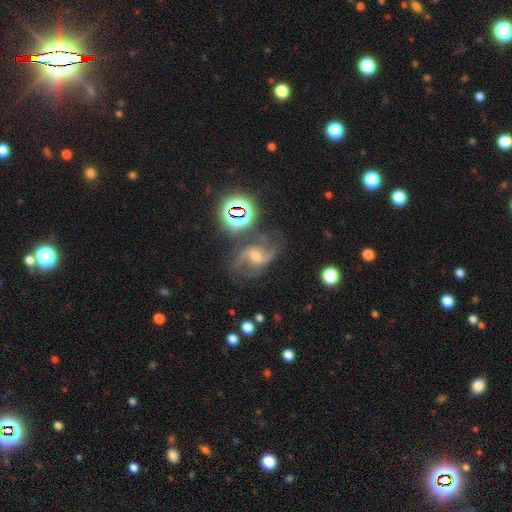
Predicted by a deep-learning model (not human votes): A featured or disk galaxy (80%) with no bar (43%), 2 (80%) medium (50%) spiral arms (97%) and a moderate central bulge (56%).

Vote fractions:
- Smooth or featured? featured or disk: 80% / star or artifact: 14% / smooth: 6%
- Edge-on disk? no: 98% / yes: 2%
- Bar? no: 43% / weak: 42% / strong: 15%
- Spiral arms? yes: 97% / no: 3%
- Spiral winding? medium: 50% / loose: 39% / tight: 12%
- Spiral arm count? 2: 80% / 3: 8% / can't tell: 5% / 1: 3% / 4: 2% / more than 4: 2%
- Bulge size? moderate: 56% / small: 38% / large: 3% / none: 2% / dominant: 1%
- Merging? none: 64% / minor disturbance: 19% / major disturbance: 12% / merger: 5%